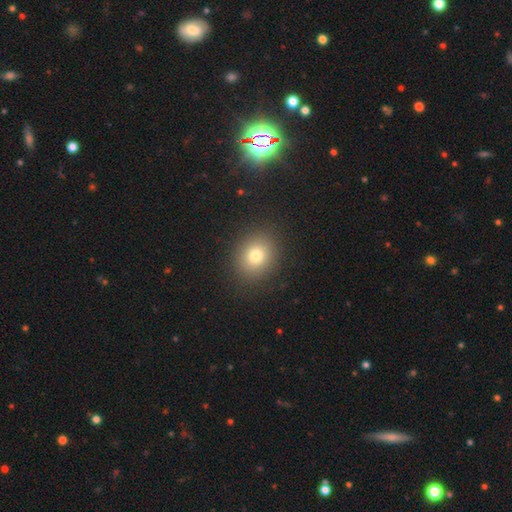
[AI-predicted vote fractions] smooth_or_featured: smooth (p=0.77) [alt: star or artifact p=0.13]
how_rounded: round (p=0.69) [alt: in between p=0.30]
merging: none (p=0.89) [alt: minor disturbance p=0.07]